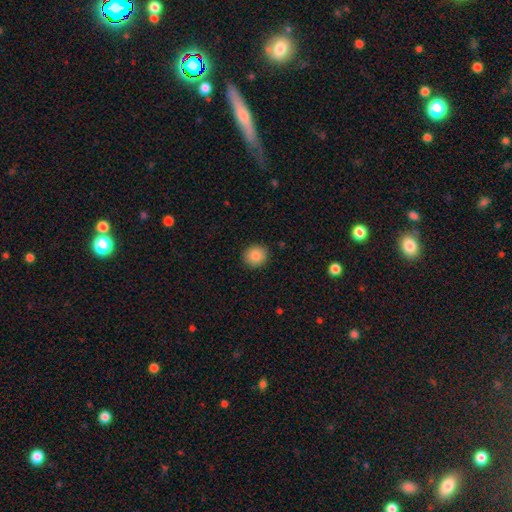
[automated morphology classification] smooth 86%, star or artifact 9%, featured or disk 5%. Down the decision tree: how rounded — round (88%); merging — none (90%).